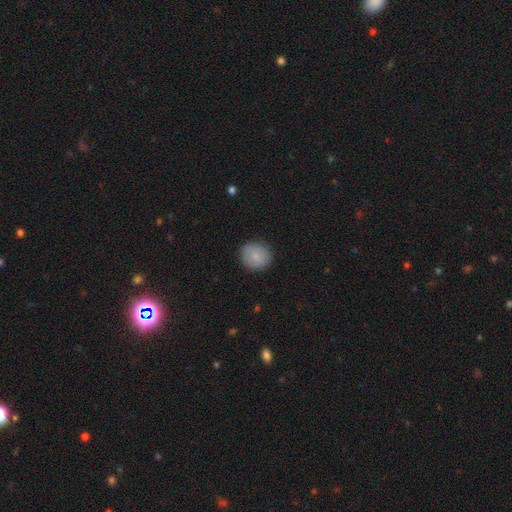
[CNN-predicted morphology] Smooth or featured? Predicted: smooth (p=0.83). How rounded? Predicted: round (p=0.87). Merging? Predicted: none (p=0.88).